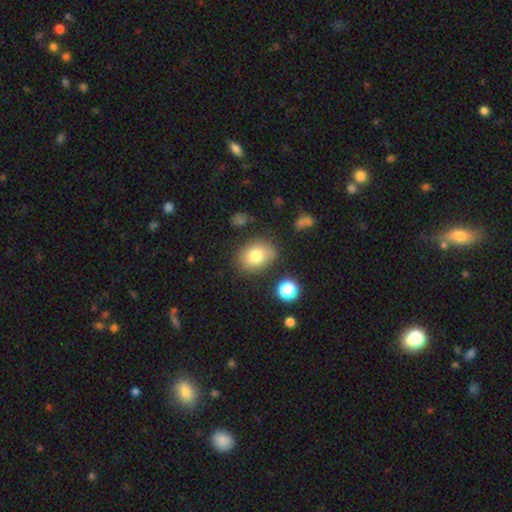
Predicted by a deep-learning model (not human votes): Overall: smooth (77%). How rounded: in between (54%; round 45%). Merging: none (74%).